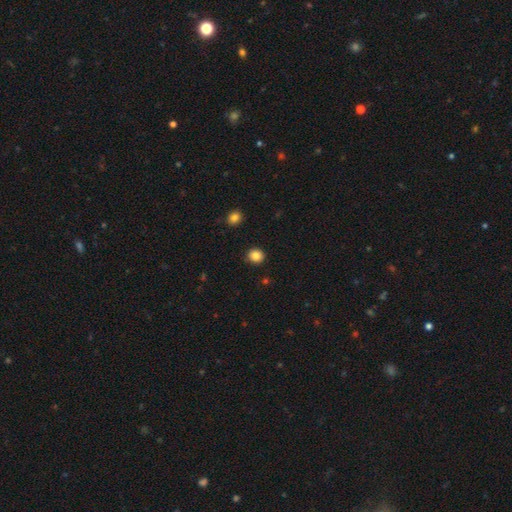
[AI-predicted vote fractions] A smooth galaxy with no disk features (85%) that is round (86%).

Vote fractions:
- Smooth or featured? smooth: 85% / star or artifact: 10% / featured or disk: 5%
- How rounded? round: 86% / in between: 13% / cigar-shaped: 1%
- Merging? none: 91% / minor disturbance: 6% / major disturbance: 2% / merger: 1%